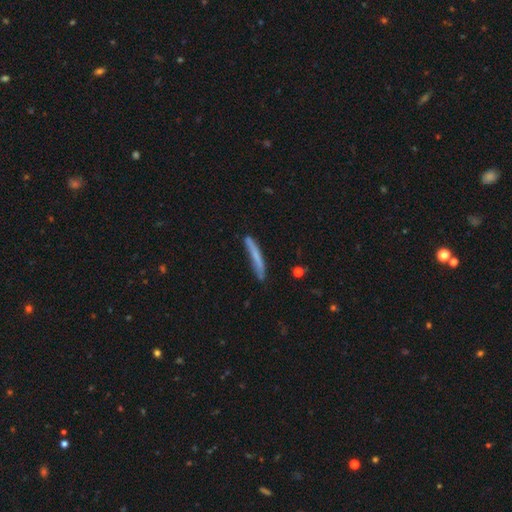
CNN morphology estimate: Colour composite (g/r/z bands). It shows a smooth galaxy with no disk features (67%) that is cigar-shaped (96%). Merging: none (74%).